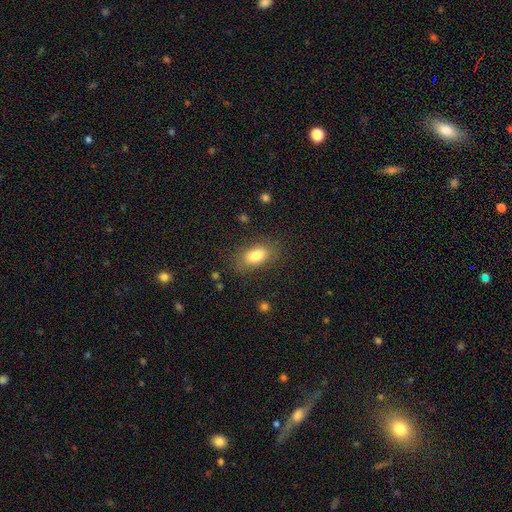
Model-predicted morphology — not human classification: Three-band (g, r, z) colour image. It shows a smooth galaxy with no disk features (83%) that is in between round and cigar-shaped (89%). Merging: none (81%).